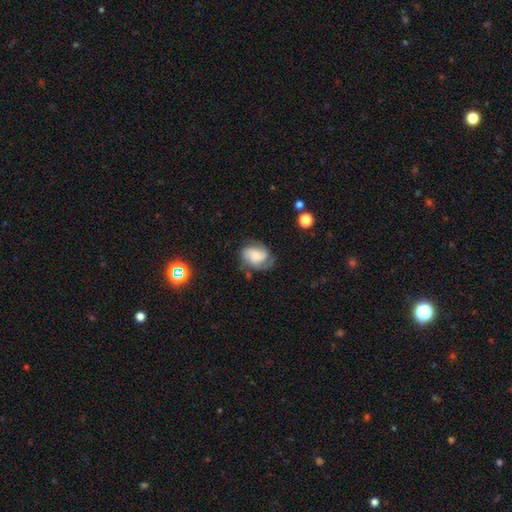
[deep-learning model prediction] smooth-or-featured: featured or disk: 62% | smooth: 30% | star or artifact: 8%
  disk-edge-on: no: 98% | yes: 2%
    bar: no: 65% | weak: 28% | strong: 7%
    has-spiral-arms: yes: 91% | no: 9%
      spiral-winding: medium: 44% | tight: 37% | loose: 19%
      spiral-arm-count: 2: 46% | 3: 23% | can't tell: 18% | 1: 7% | 4: 4% | more than 4: 3%
    bulge-size: small: 40% | moderate: 23% | none: 20% | large: 12% | dominant: 4%
  merging: none: 58% | minor disturbance: 26% | major disturbance: 14% | merger: 2%